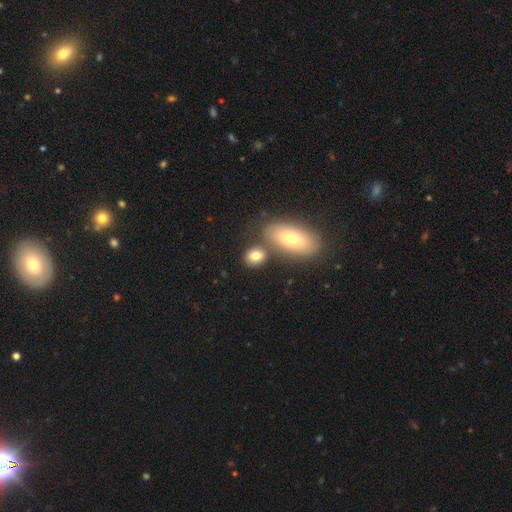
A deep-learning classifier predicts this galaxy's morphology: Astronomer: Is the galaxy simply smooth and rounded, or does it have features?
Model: smooth — 78%.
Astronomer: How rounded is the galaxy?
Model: in between — 56% (runner-up: round, 41%).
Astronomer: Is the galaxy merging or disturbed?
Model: none — 62%.